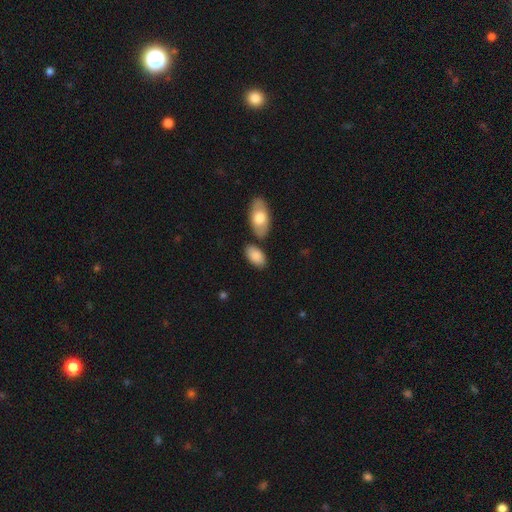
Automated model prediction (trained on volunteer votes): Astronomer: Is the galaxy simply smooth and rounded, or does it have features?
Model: smooth — 84%.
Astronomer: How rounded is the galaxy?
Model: in between — 94%.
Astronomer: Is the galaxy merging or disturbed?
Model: none — 71%.